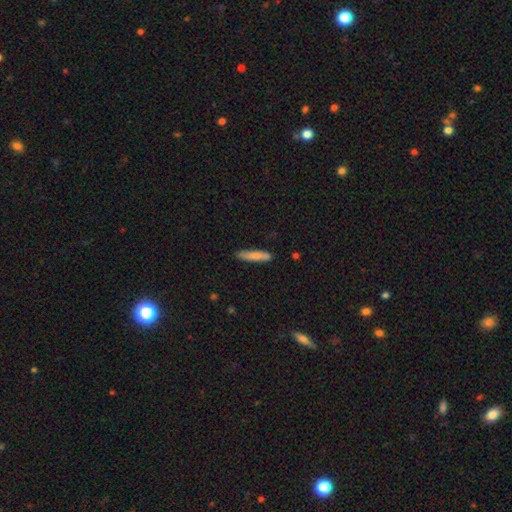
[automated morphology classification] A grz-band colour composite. It shows a smooth galaxy with no disk features (79%) that is cigar-shaped (87%). Merging: none (82%).